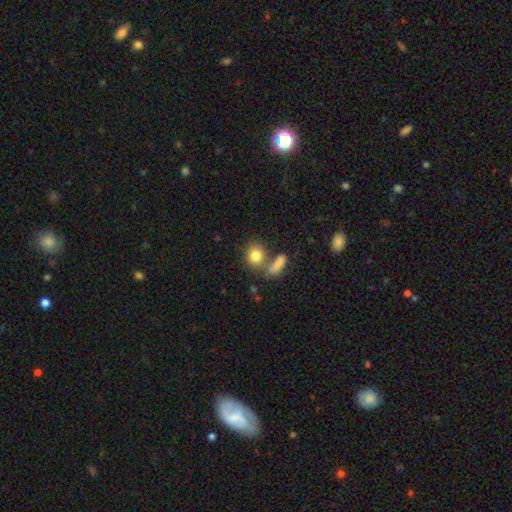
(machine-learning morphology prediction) Overall: smooth (81%). How rounded: round (66%; in between 31%). Merging: none (54%; merger 29%).